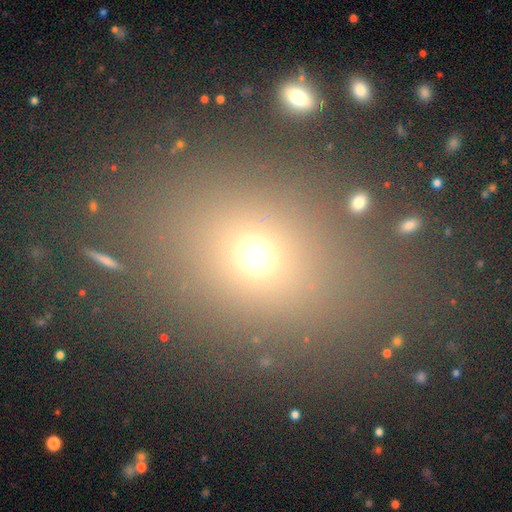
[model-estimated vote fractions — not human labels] Overall: smooth (65%). How rounded: round (53%; in between 44%). Merging: none (80%).